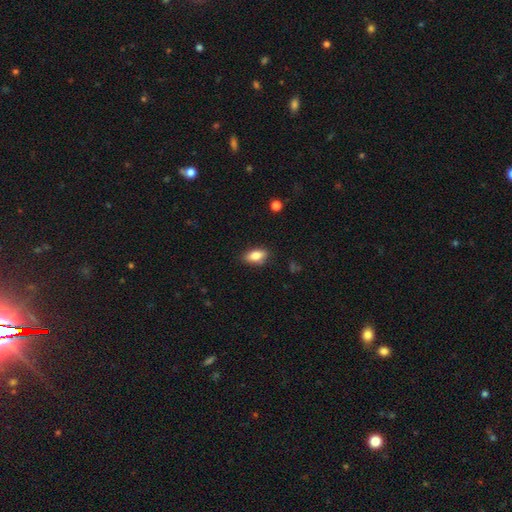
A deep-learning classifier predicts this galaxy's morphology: smooth_or_featured: smooth (p=0.81) [alt: featured or disk p=0.11]
how_rounded: in between (p=0.87) [alt: cigar-shaped p=0.08]
merging: none (p=0.83) [alt: minor disturbance p=0.13]